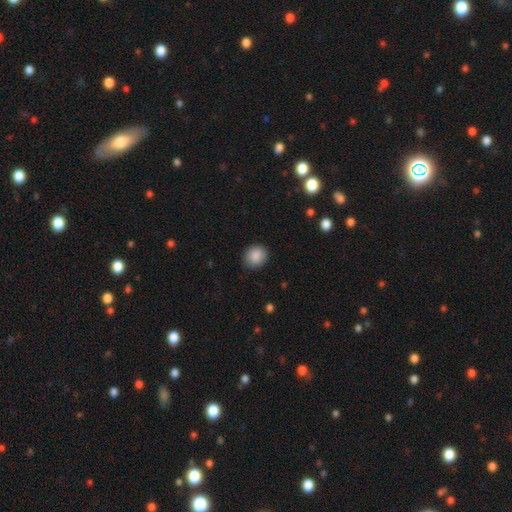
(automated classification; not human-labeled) Smooth or featured?
  - smooth: 88% *
  - star or artifact: 8%
  - featured or disk: 4%
How rounded?
  - round: 76% *
  - in between: 23%
  - cigar-shaped: 1%
Merging?
  - none: 88% *
  - minor disturbance: 9%
  - major disturbance: 2%
  - merger: 1%